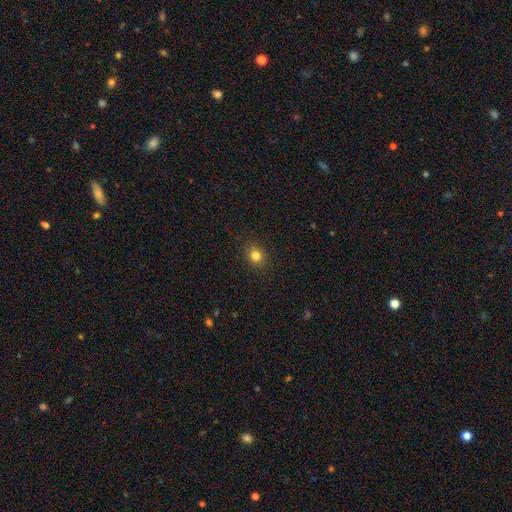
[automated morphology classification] type=smooth (82%); roundness=round (69%); merging=none (89%).